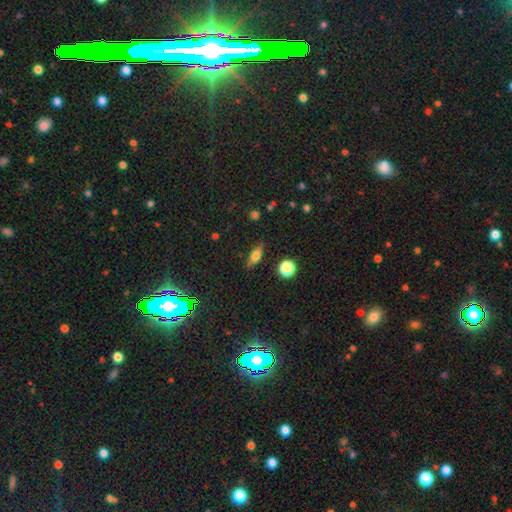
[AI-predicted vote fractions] Q: Smooth or featured?
A: smooth (63%); runner-up: featured or disk (25%)
Q: How rounded?
A: in between (58%); runner-up: cigar-shaped (32%)
Q: Merging?
A: none (82%); runner-up: minor disturbance (13%)